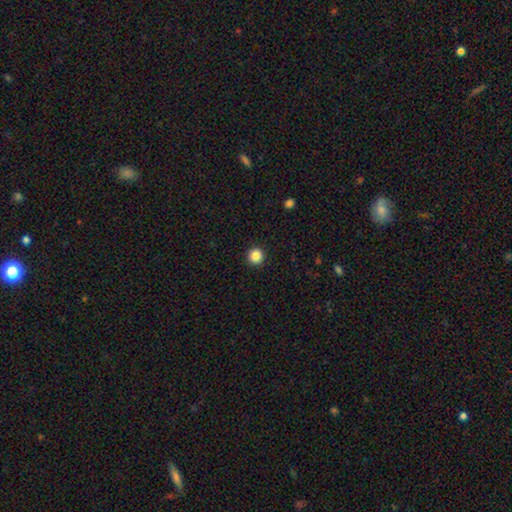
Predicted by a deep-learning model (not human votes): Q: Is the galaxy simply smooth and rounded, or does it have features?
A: smooth — 86%.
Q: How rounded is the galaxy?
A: round — 95%.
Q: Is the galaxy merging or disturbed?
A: none — 93%.